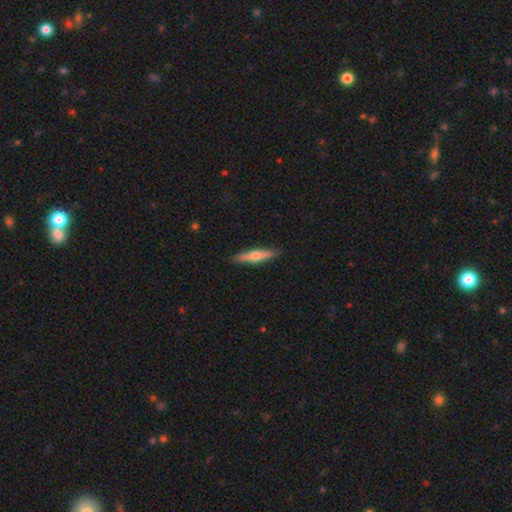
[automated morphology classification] Q: Smooth or featured?
A: smooth (53%); runner-up: featured or disk (42%)
Q: How rounded?
A: cigar-shaped (81%); runner-up: in between (17%)
Q: Merging?
A: none (88%); runner-up: minor disturbance (9%)